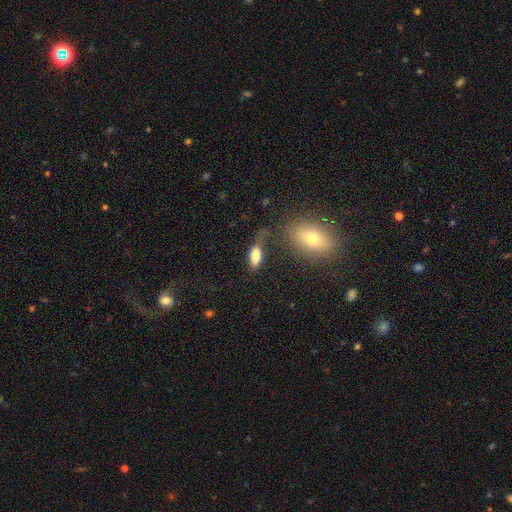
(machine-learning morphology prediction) Smooth or featured?
  - smooth: 77% *
  - featured or disk: 14%
  - star or artifact: 9%
How rounded?
  - in between: 81% *
  - cigar-shaped: 14%
  - round: 5%
Merging?
  - none: 40% *
  - minor disturbance: 23%
  - major disturbance: 21%
  - merger: 17%